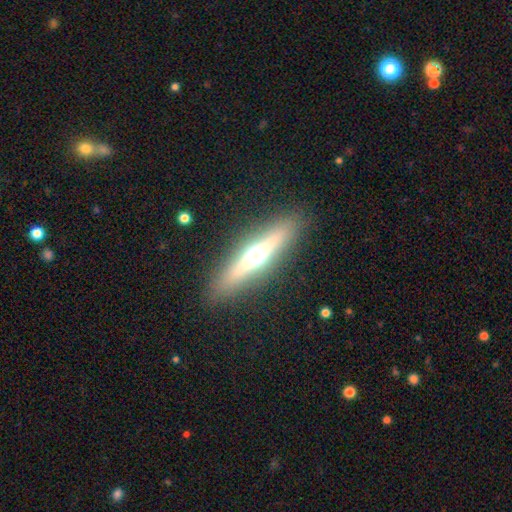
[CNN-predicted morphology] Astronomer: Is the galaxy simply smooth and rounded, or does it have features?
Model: featured or disk — 63%.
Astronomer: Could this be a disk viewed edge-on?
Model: yes — 93%.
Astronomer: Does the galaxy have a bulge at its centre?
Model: rounded — 93%.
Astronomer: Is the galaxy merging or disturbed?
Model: none — 89%.